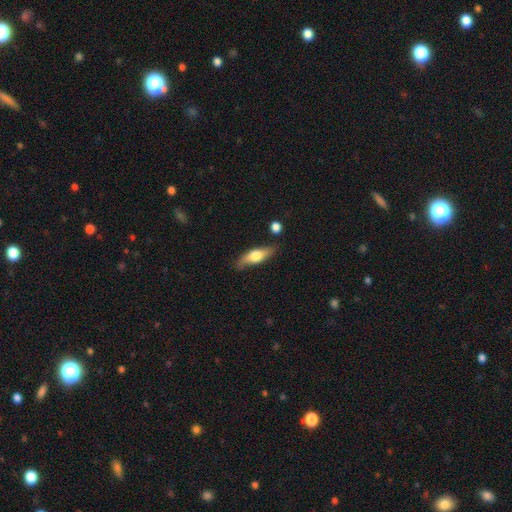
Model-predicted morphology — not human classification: Overall: smooth (53%; featured or disk 41%). How rounded: in between (50%; cigar-shaped 47%). Merging: none (77%).